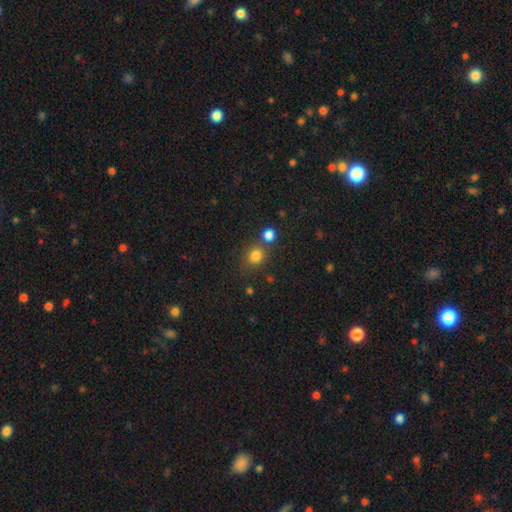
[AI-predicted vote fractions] Q: Smooth or featured?
A: smooth (81%); runner-up: star or artifact (14%)
Q: How rounded?
A: round (82%); runner-up: in between (18%)
Q: Merging?
A: none (67%); runner-up: merger (19%)